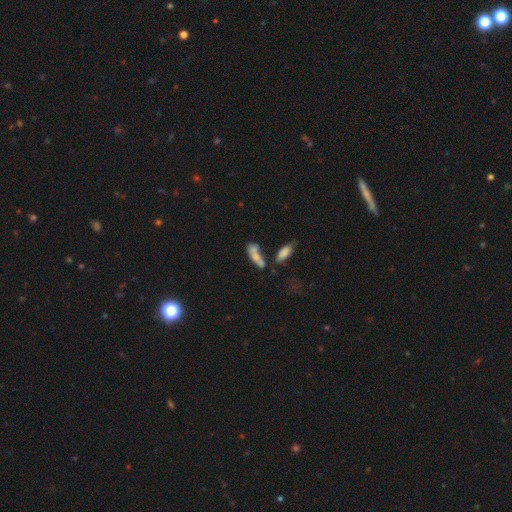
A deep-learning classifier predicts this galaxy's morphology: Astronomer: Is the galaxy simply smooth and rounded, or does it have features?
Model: smooth — 67%.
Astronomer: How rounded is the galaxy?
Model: in between — 59% (runner-up: cigar-shaped, 38%).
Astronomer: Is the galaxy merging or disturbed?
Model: merger — 46% (runner-up: none, 30%).